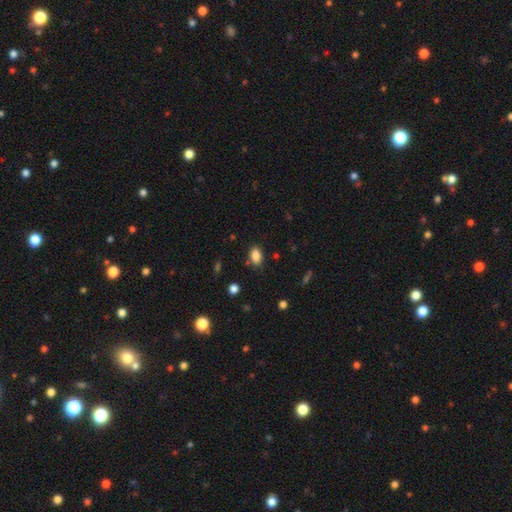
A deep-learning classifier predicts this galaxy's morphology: This is clearly a smooth galaxy (86%). How rounded: clearly in between (87%). Merging: clearly none (82%).